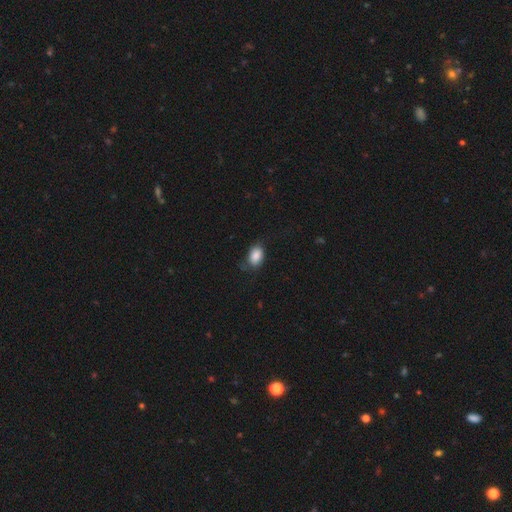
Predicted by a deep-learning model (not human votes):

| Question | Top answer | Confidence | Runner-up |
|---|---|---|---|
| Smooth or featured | smooth | 86% | star or artifact (8%) |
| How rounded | in between | 83% | round (15%) |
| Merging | none | 65% | minor disturbance (25%) |